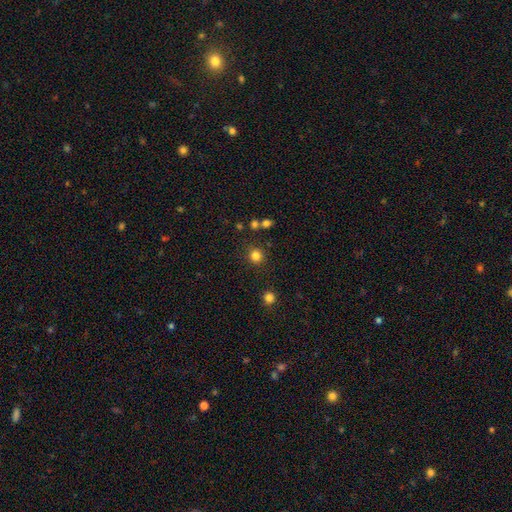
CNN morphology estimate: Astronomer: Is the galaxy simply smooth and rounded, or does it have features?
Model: smooth — 82%.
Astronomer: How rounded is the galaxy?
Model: round — 92%.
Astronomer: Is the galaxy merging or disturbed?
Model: none — 86%.